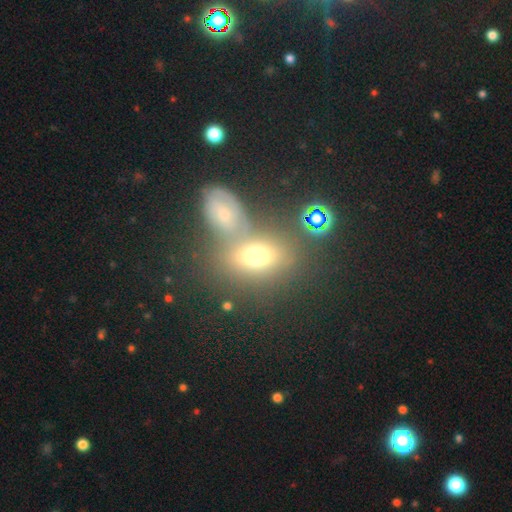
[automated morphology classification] The model was most divided on "merging": none: 47%, merger: 35%, minor disturbance: 12%, major disturbance: 6%. More confident: how rounded — in between (74%); smooth or featured — smooth (60%).